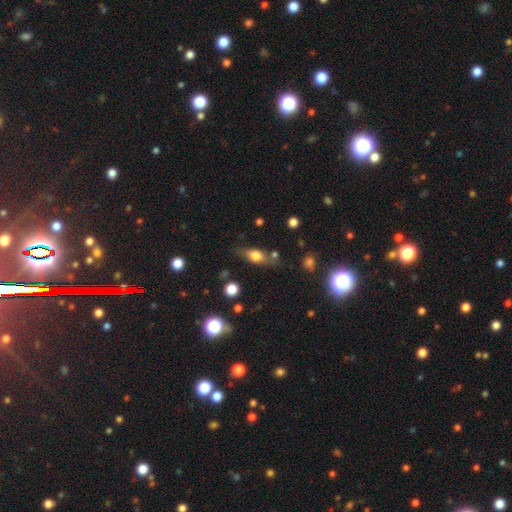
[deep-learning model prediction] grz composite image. It shows a smooth galaxy with no disk features (65%) that is in between round and cigar-shaped (72%). Merging: none (66%).